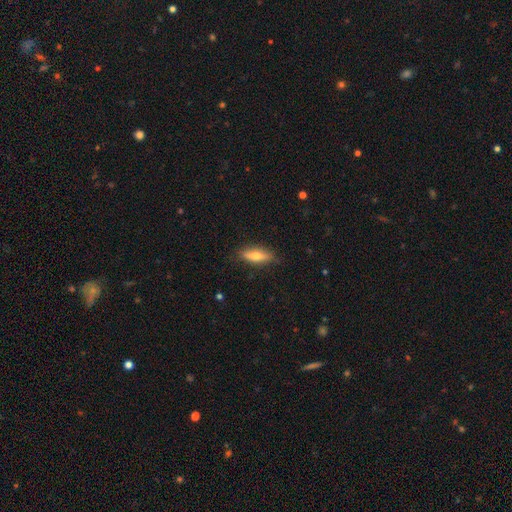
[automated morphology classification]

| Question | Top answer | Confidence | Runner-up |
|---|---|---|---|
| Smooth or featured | smooth | 56% | featured or disk (37%) |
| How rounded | cigar-shaped | 53% | in between (44%) |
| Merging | none | 83% | minor disturbance (13%) |